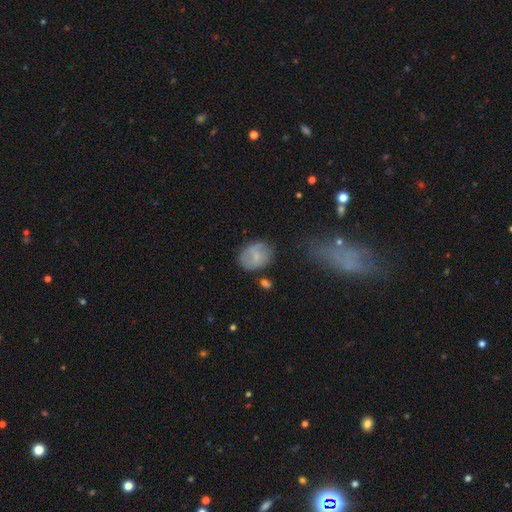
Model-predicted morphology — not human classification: Overall: smooth (62%; featured or disk 30%). How rounded: in between (56%; round 42%). Merging: none (68%).